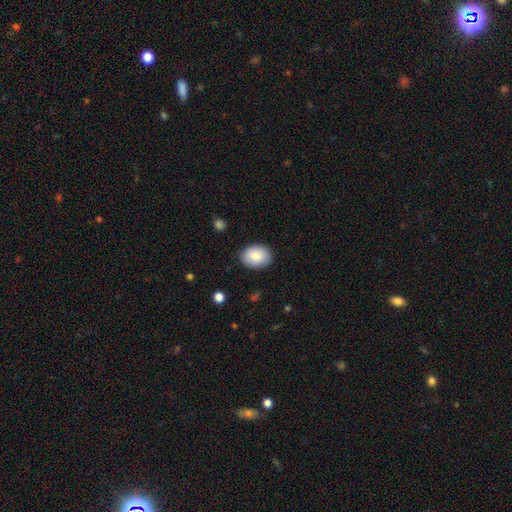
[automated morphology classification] smooth_or_featured: smooth (p=0.84) [alt: featured or disk p=0.09]
how_rounded: in between (p=0.65) [alt: round p=0.34]
merging: none (p=0.87) [alt: minor disturbance p=0.10]